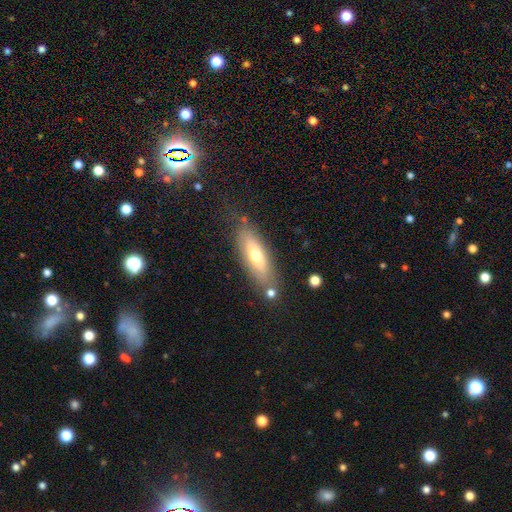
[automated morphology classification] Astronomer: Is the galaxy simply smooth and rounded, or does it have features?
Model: smooth — 56% (runner-up: featured or disk, 36%).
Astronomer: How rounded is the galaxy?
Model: in between — 54% (runner-up: cigar-shaped, 44%).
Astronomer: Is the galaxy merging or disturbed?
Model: none — 75%.